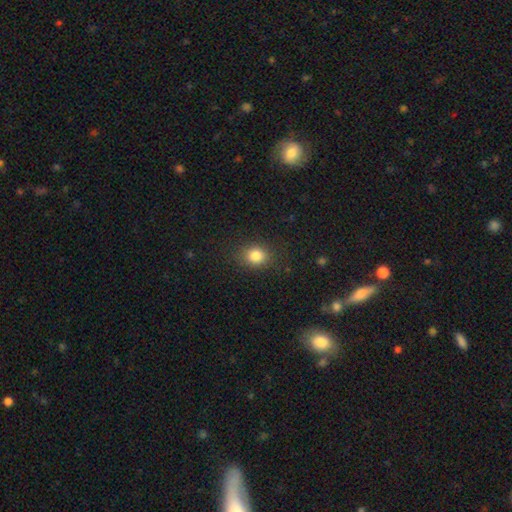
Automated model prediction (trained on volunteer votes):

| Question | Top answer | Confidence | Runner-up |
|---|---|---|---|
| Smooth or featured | smooth | 83% | star or artifact (11%) |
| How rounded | round | 62% | in between (37%) |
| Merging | none | 85% | minor disturbance (10%) |